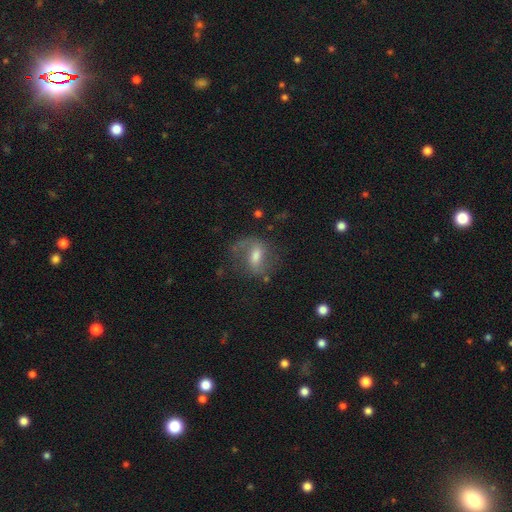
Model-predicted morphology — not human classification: Smooth or featured? featured or disk (62%)
Edge-on disk? no (93%)
Bar? weak (48%)
Spiral arms? yes (84%)
Bulge size? moderate (53%)
Merging? none (61%)